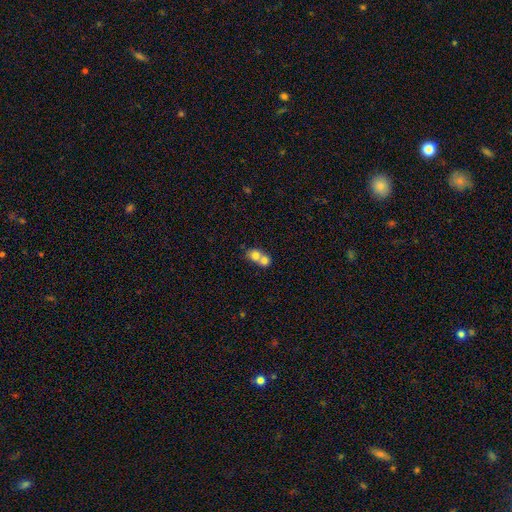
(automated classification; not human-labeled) Smooth or featured: smooth — 74% (featured or disk — 18%)
How rounded: round — 69% (in between — 29%)
Merging: merger — 72% (none — 22%)